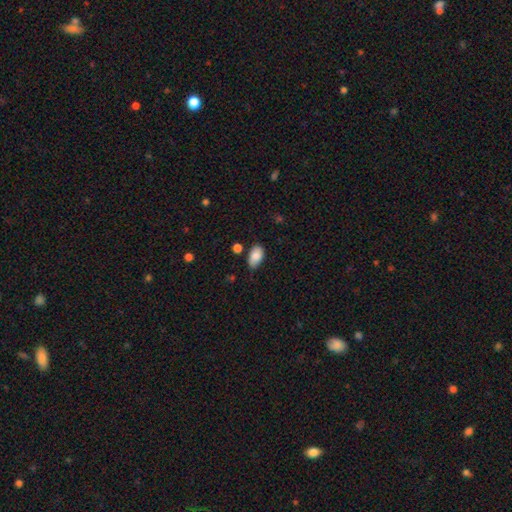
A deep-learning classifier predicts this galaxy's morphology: Smooth or featured: smooth — 86% (star or artifact — 7%)
How rounded: in between — 93% (round — 6%)
Merging: none — 66% (minor disturbance — 26%)